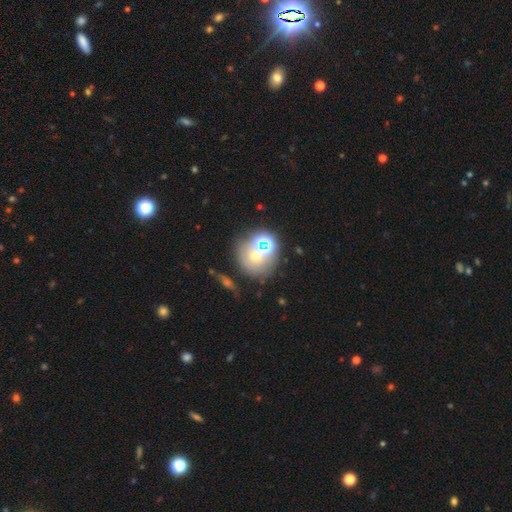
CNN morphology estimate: This appears to be a smooth galaxy with no disk features (44%). Merging: none (57%).